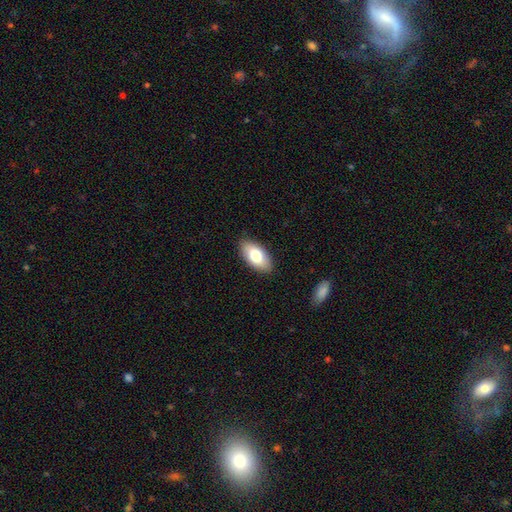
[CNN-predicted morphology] smooth 76%, featured or disk 17%, star or artifact 6%. Down the decision tree: how rounded — in between (93%); merging — none (88%).